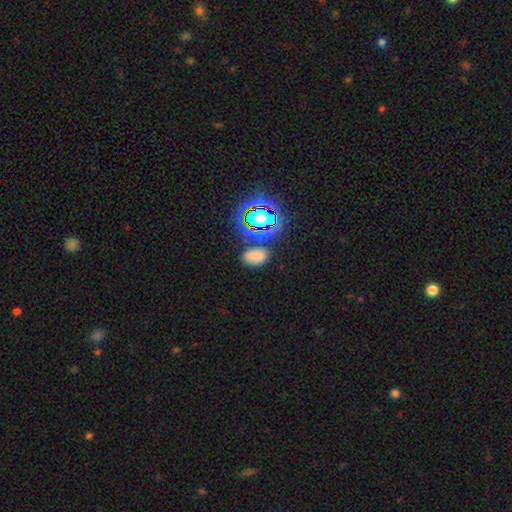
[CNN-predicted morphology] This appears to be a smooth galaxy with no disk features (70%) that is in between round and cigar-shaped (87%). Merging: none (76%).